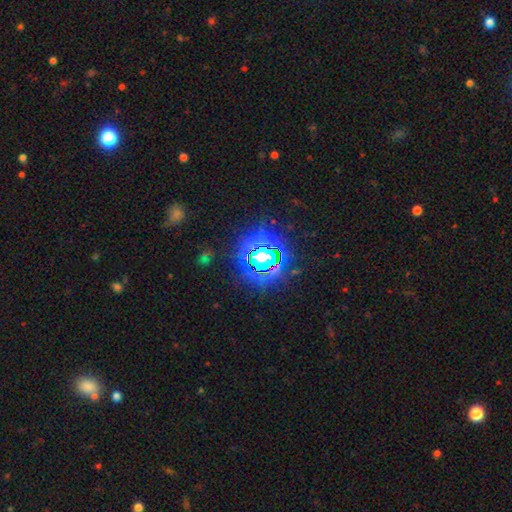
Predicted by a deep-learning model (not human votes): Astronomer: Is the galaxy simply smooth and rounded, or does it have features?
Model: star or artifact — 73%.